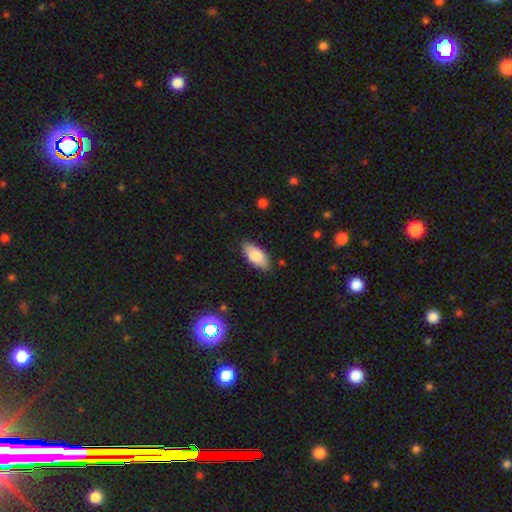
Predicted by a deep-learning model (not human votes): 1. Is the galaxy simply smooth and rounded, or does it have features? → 78% smooth, 16% featured or disk, 6% star or artifact.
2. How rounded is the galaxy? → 90% in between, 7% cigar-shaped, 2% round.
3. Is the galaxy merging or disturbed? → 84% none, 12% minor disturbance, 2% major disturbance, 1% merger.